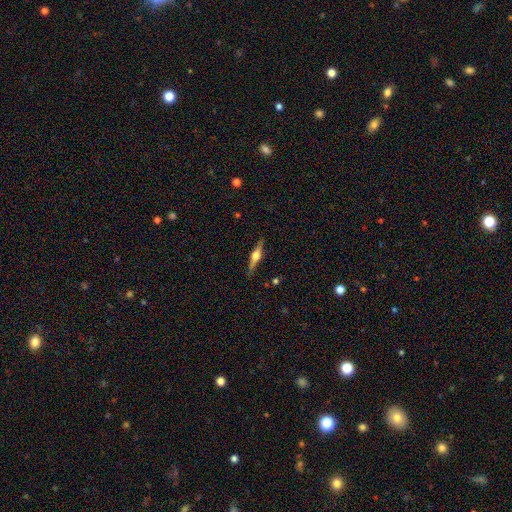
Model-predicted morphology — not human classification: Smooth or featured? featured or disk (74%)
Edge-on disk? yes (97%)
Edge-on bulge? rounded (93%)
Merging? none (88%)